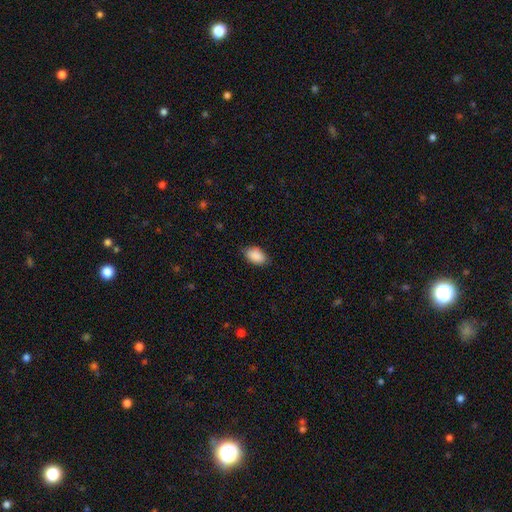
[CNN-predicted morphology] A smooth galaxy with no disk features (90%) that is in between round and cigar-shaped (91%). Merging: none (81%).